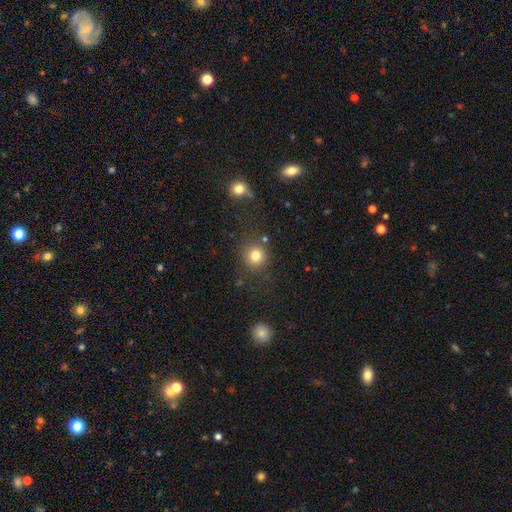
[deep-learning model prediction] The model was most divided on "smooth or featured": smooth: 80%, star or artifact: 13%, featured or disk: 6%. More confident: how rounded — round (92%); merging — none (83%).